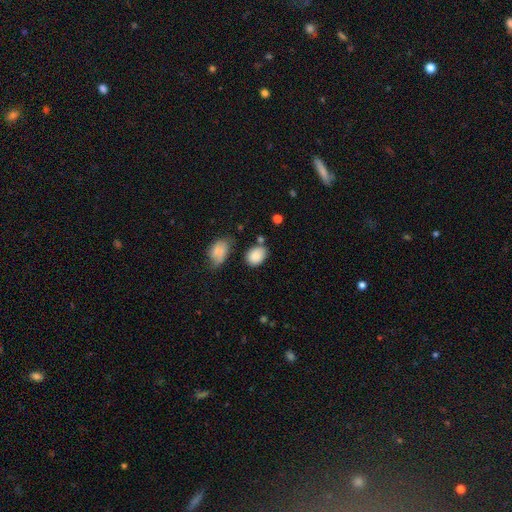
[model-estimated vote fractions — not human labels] This is clearly a smooth galaxy (87%). How rounded: likely in between (68%). Merging: likely none (66%).